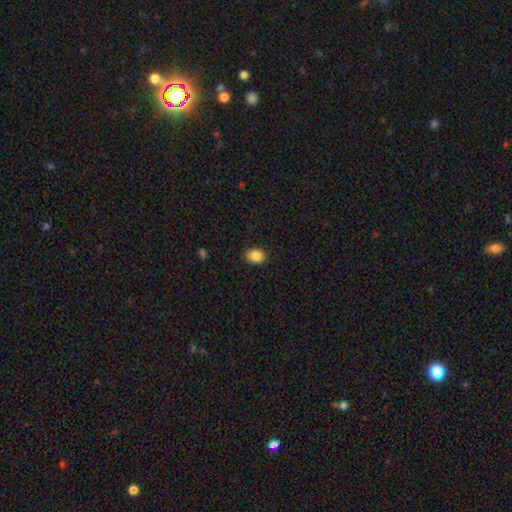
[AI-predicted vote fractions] This is clearly a smooth galaxy (87%). How rounded: likely in between (63%). Merging: clearly none (87%).